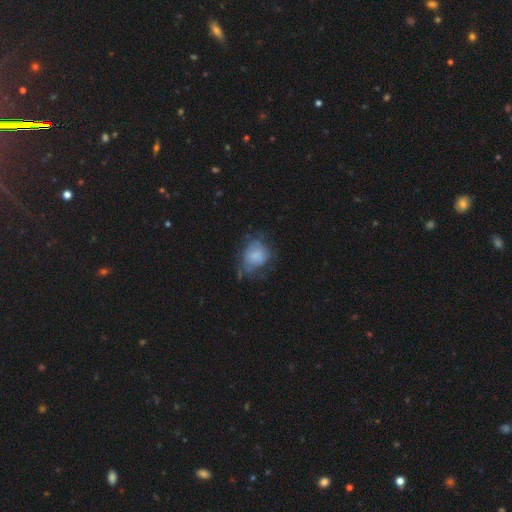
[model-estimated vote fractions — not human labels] smooth-or-featured: smooth: 58% | featured or disk: 32% | star or artifact: 10%
  how-rounded: round: 52% | in between: 47% | cigar-shaped: 1%
  merging: none: 37% | minor disturbance: 30% | major disturbance: 30% | merger: 3%